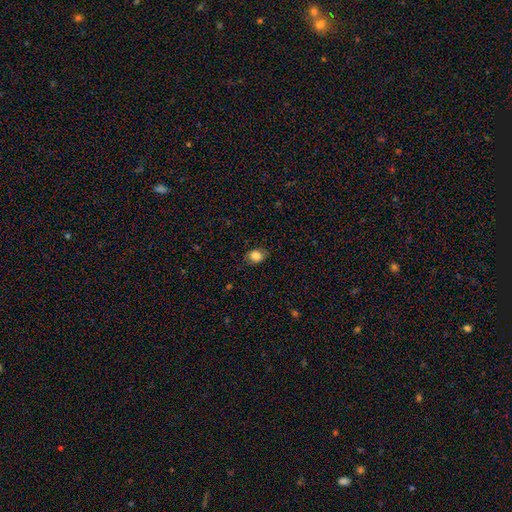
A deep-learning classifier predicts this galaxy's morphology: Smooth or featured? smooth (83%)
How rounded? in between (56%)
Merging? none (77%)